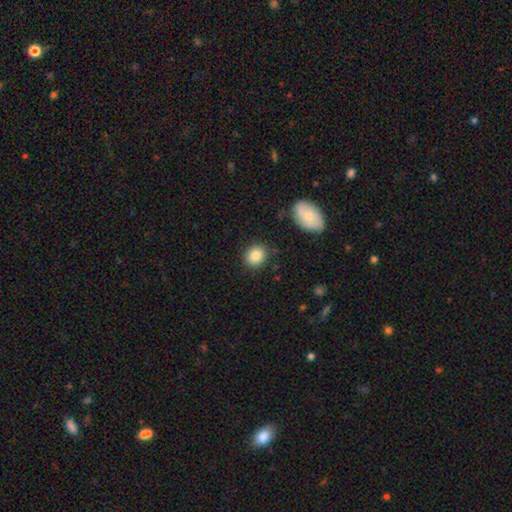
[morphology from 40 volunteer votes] Overall: smooth (95%). How rounded: round (82%). Merging: none (79%).